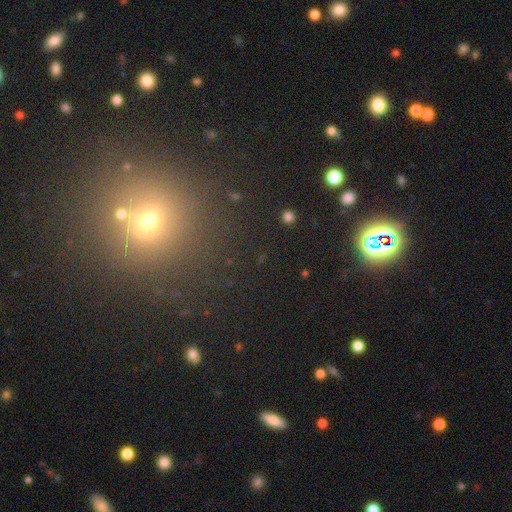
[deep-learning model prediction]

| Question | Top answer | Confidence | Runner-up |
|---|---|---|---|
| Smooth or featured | star or artifact | 50% | smooth (39%) |